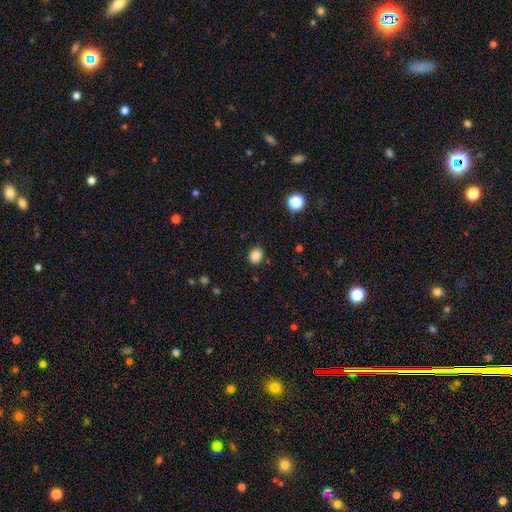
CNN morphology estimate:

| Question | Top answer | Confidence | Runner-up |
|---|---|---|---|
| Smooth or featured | smooth | 85% | star or artifact (11%) |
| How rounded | round | 69% | in between (30%) |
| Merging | none | 86% | minor disturbance (9%) |